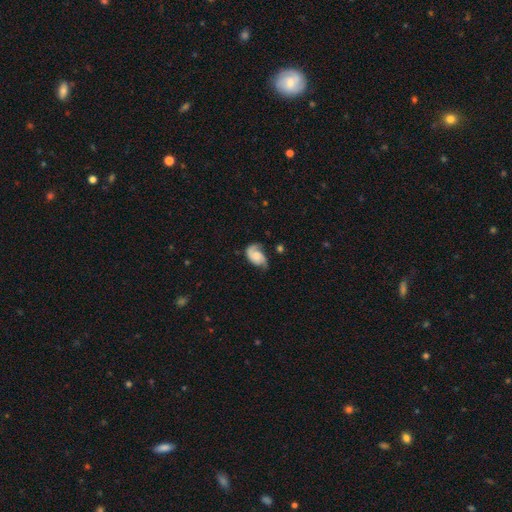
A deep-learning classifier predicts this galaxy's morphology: featured or disk 64%, smooth 28%, star or artifact 7%. Down the decision tree: edge-on disk — no (97%); bar — no (69%); spiral arms — yes (92%); spiral arm count — 2 (67%); spiral winding — medium (41%); bulge size — none (31%); merging — none (48%).